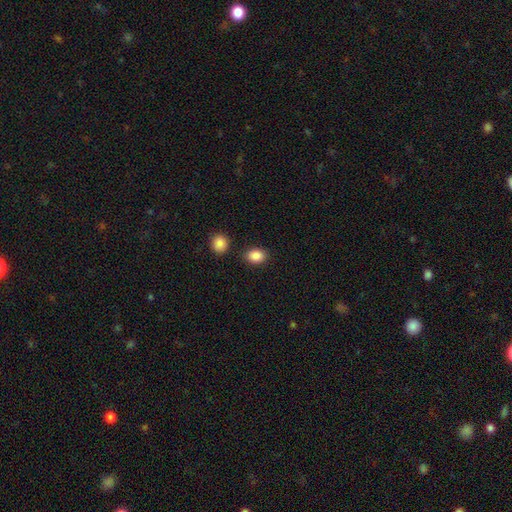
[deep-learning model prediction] smooth 88%, star or artifact 8%, featured or disk 3%. Down the decision tree: how rounded — in between (66%); merging — none (84%).